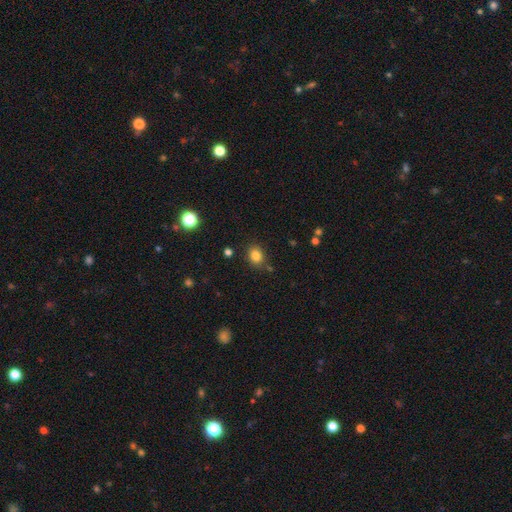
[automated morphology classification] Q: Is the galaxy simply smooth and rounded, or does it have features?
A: smooth — 83%.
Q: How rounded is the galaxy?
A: round — 54%.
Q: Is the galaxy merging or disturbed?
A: none — 80%.